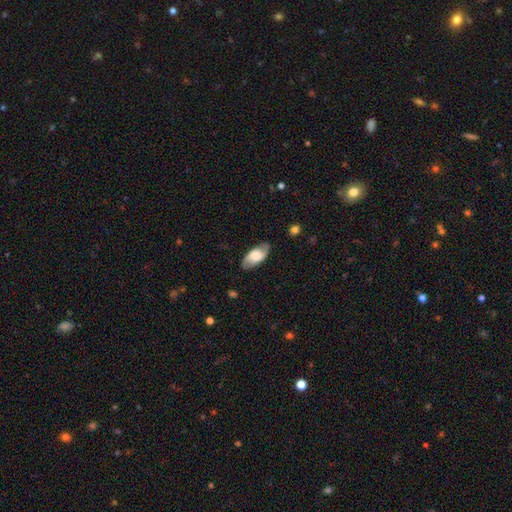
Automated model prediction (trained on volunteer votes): Smooth or featured?
  - smooth: 48% *
  - featured or disk: 46%
  - star or artifact: 6%
Merging?
  - none: 82% *
  - minor disturbance: 13%
  - major disturbance: 3%
  - merger: 1%